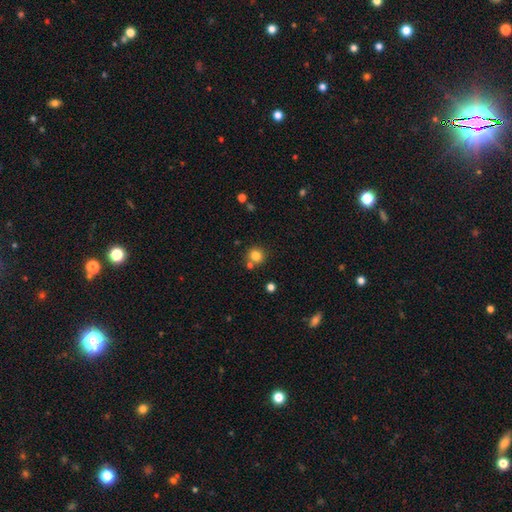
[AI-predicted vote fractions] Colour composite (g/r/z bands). It shows a smooth galaxy with no disk features (82%) that is round (89%). Merging: none (73%).